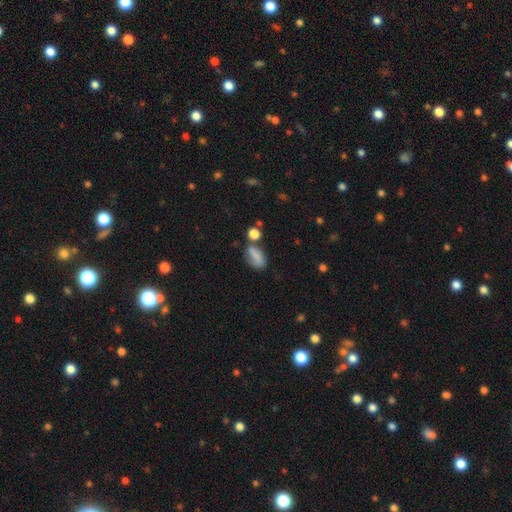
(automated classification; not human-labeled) A smooth galaxy with no disk features (75%) that is in between round and cigar-shaped (81%).

Vote fractions:
- Smooth or featured? smooth: 75% / featured or disk: 14% / star or artifact: 11%
- How rounded? in between: 81% / round: 14% / cigar-shaped: 5%
- Merging? none: 46% / minor disturbance: 25% / merger: 17% / major disturbance: 12%